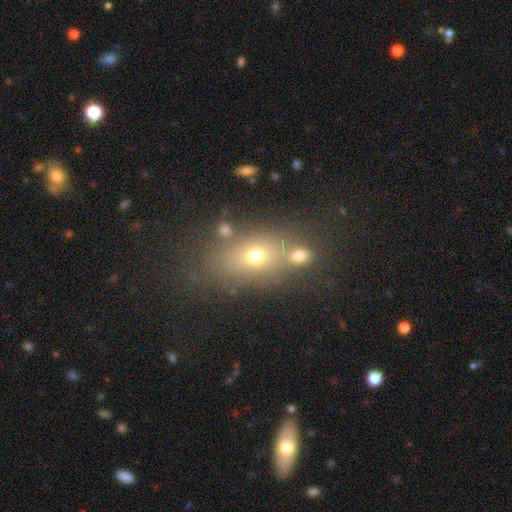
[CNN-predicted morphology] Smooth or featured? smooth (59%)
How rounded? in between (64%)
Merging? none (55%)